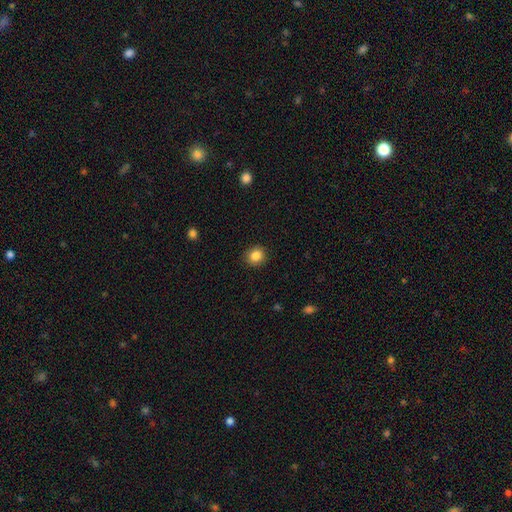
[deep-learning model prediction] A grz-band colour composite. It shows a smooth galaxy with no disk features (85%) that is round (81%). Merging: none (90%).